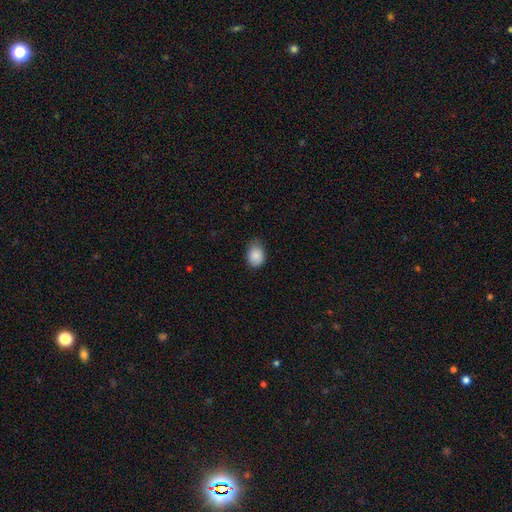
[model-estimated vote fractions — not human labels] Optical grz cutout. It shows a smooth galaxy with no disk features (87%) that is in between round and cigar-shaped (58%). Merging: none (66%).